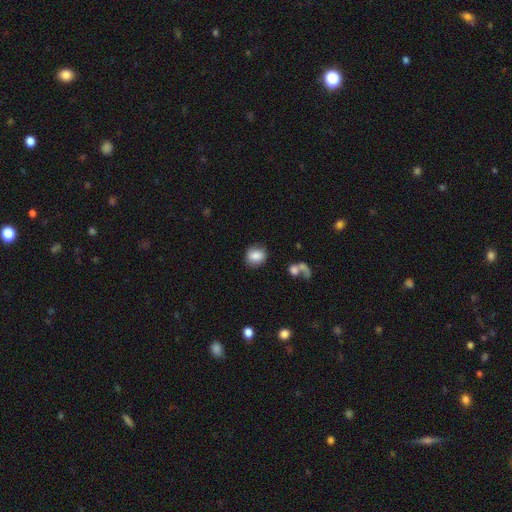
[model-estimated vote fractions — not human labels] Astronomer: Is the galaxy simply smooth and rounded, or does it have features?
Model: smooth — 84%.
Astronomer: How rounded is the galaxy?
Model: round — 72%.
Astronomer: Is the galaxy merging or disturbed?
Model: none — 77%.